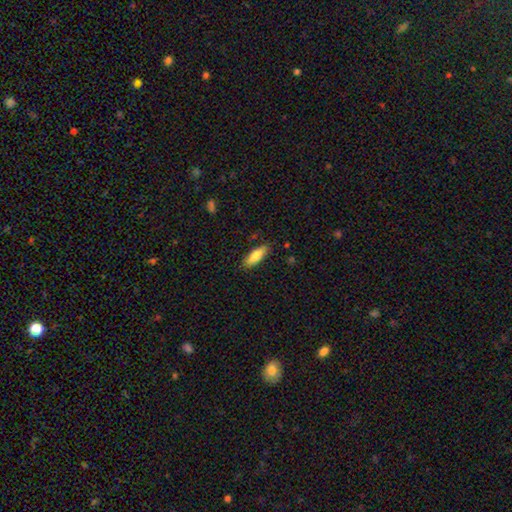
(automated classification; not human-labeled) Smooth or featured? Predicted: smooth (p=0.81). How rounded? Predicted: in between (p=0.60). Merging? Predicted: none (p=0.85).